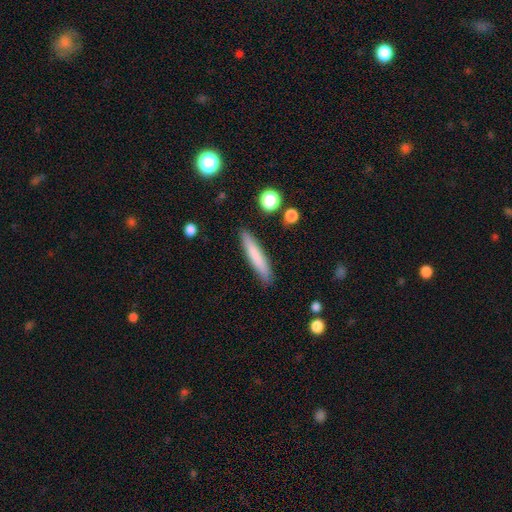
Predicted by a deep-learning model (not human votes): A smooth galaxy with no disk features (76%) that is cigar-shaped (92%). Merging: none (89%).